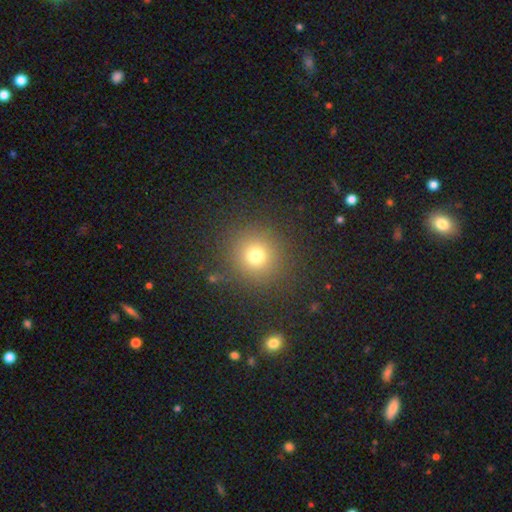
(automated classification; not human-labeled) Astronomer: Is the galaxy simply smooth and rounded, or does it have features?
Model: smooth — 72%.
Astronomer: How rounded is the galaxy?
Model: round — 93%.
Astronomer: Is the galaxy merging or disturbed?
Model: none — 87%.